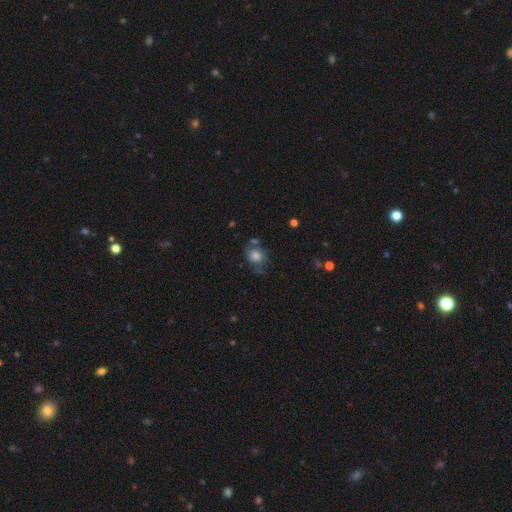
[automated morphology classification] smooth_or_featured: smooth (p=0.72) [alt: featured or disk p=0.18]
how_rounded: round (p=0.52) [alt: in between p=0.47]
merging: none (p=0.51) [alt: minor disturbance p=0.25]